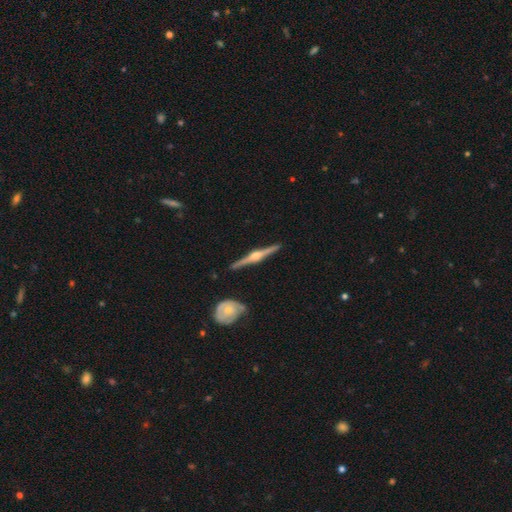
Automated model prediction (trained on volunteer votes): Smooth or featured? featured or disk (87%)
Edge-on disk? yes (98%)
Edge-on bulge? rounded (92%)
Merging? none (90%)